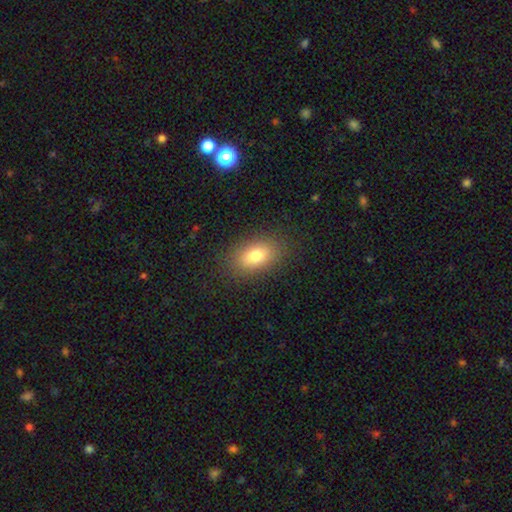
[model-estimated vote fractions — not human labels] This is likely a smooth galaxy (80%). How rounded: clearly in between (87%). Merging: clearly none (86%).